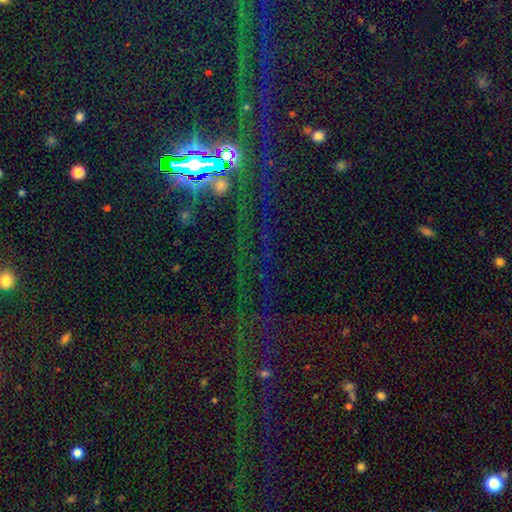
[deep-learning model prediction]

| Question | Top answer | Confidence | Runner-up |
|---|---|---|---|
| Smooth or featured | star or artifact | 83% | smooth (9%) |